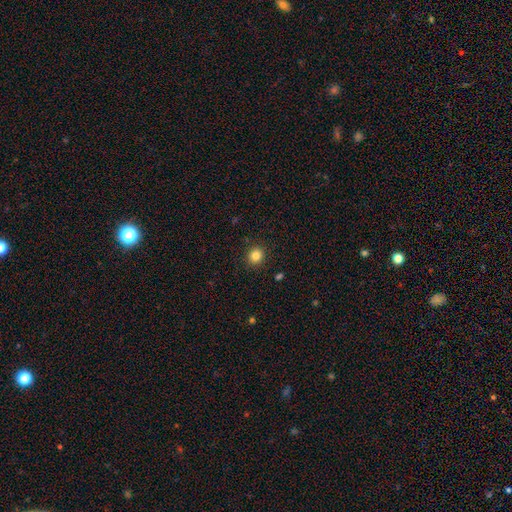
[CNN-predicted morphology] A smooth galaxy with no disk features (83%) that is round (88%).

Vote fractions:
- Smooth or featured? smooth: 83% / star or artifact: 12% / featured or disk: 5%
- How rounded? round: 88% / in between: 11% / cigar-shaped: 1%
- Merging? none: 91% / minor disturbance: 6% / major disturbance: 2% / merger: 1%